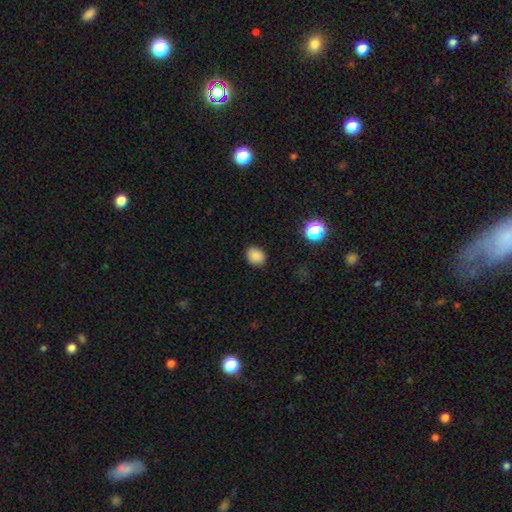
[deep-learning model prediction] Smooth or featured?
  - smooth: 86% *
  - star or artifact: 11%
  - featured or disk: 3%
How rounded?
  - round: 57% *
  - in between: 42%
  - cigar-shaped: 1%
Merging?
  - none: 87% *
  - minor disturbance: 9%
  - major disturbance: 3%
  - merger: 1%